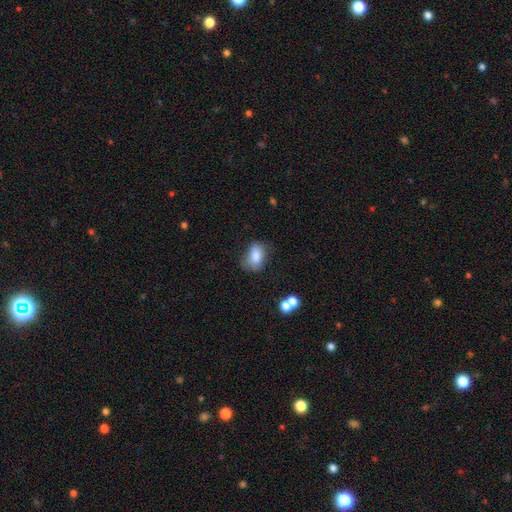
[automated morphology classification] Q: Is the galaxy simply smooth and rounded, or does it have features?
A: smooth — 81%.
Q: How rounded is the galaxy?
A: in between — 82%.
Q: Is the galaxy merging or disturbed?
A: none — 58%.